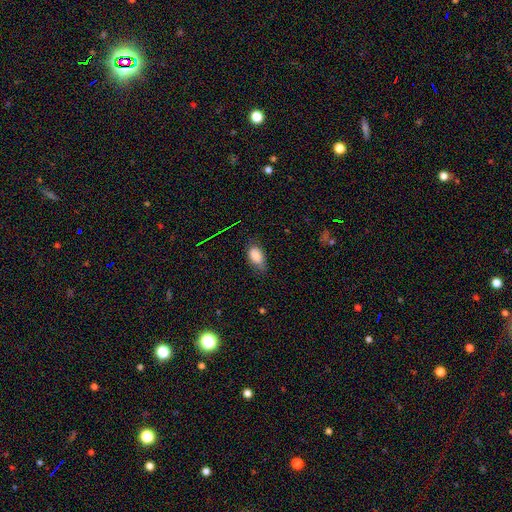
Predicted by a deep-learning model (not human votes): Q: Smooth or featured?
A: smooth (83%); runner-up: star or artifact (9%)
Q: How rounded?
A: in between (91%); runner-up: round (6%)
Q: Merging?
A: none (61%); runner-up: minor disturbance (31%)